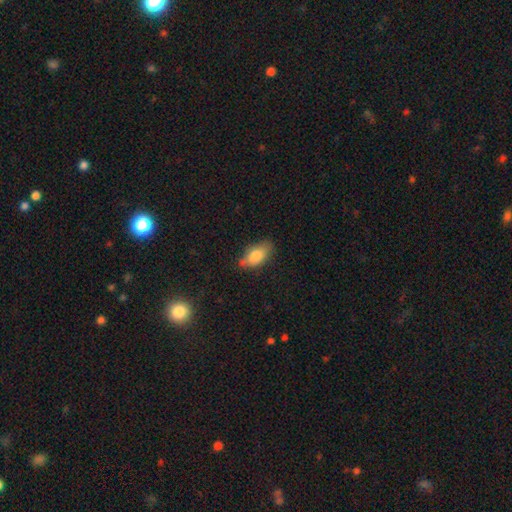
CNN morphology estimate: type=smooth (80%); roundness=in between (89%); merging=none (64%).